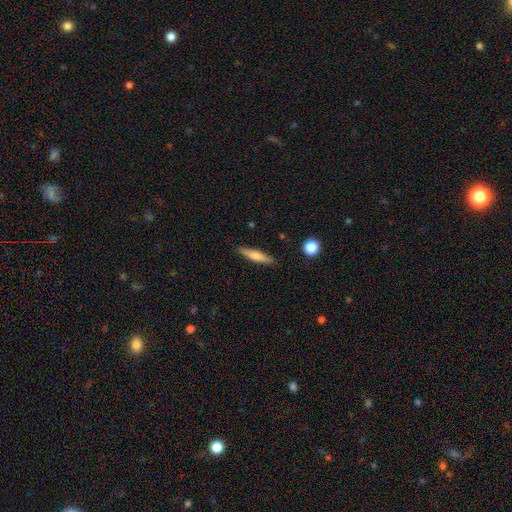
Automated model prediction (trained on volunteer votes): smooth 62%, featured or disk 32%, star or artifact 6%. Down the decision tree: how rounded — cigar-shaped (85%); merging — none (88%).